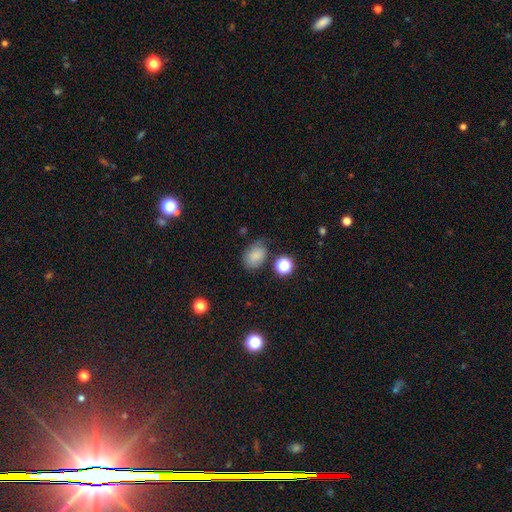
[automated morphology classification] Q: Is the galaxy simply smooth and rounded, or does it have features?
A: smooth — 80%.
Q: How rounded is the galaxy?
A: in between — 77%.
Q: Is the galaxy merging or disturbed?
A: none — 68%.